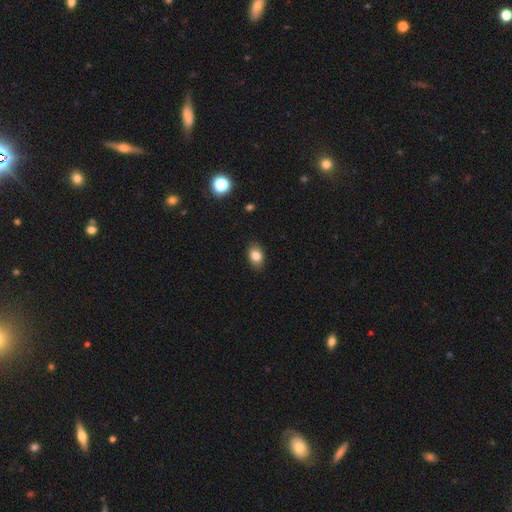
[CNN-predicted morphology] This appears to be a smooth galaxy with no disk features (81%) that is in between round and cigar-shaped (77%). Merging: none (87%).